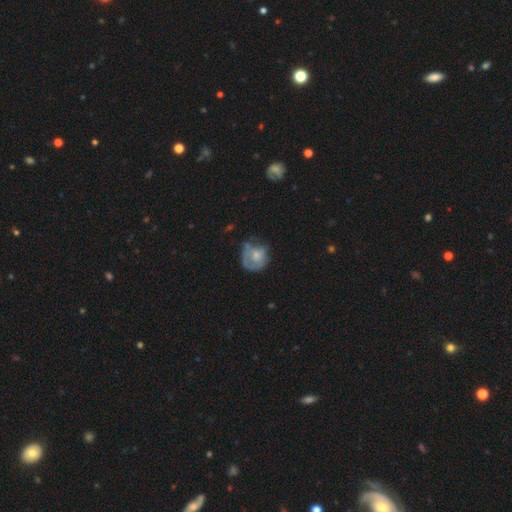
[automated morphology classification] This appears to be a smooth galaxy with no disk features (48%). Merging: none (44%).